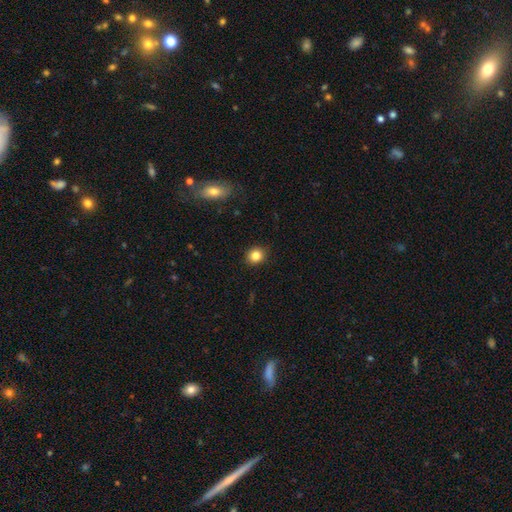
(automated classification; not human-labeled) Morphology: type=smooth (83%); roundness=round (79%); merging=none (90%).